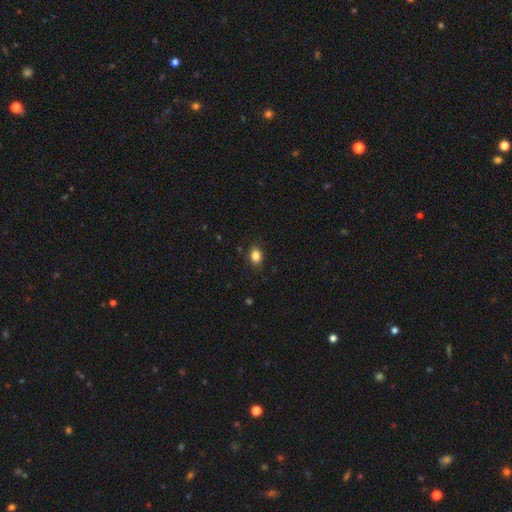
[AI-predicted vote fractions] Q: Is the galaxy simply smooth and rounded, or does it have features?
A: smooth — 85%.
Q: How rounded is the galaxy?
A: in between — 60%.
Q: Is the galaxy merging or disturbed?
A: none — 86%.